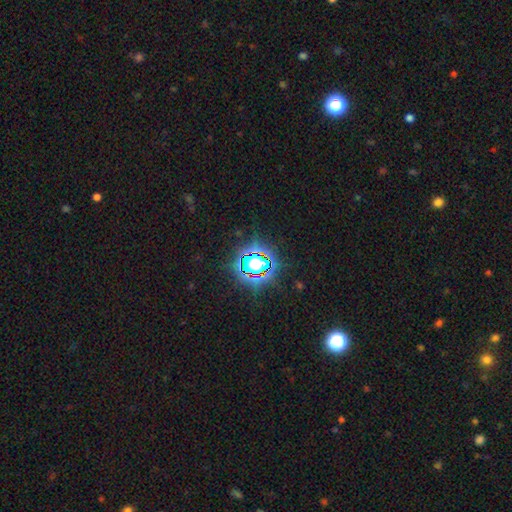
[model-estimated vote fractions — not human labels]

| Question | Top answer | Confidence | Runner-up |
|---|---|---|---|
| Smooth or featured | star or artifact | 79% | smooth (13%) |